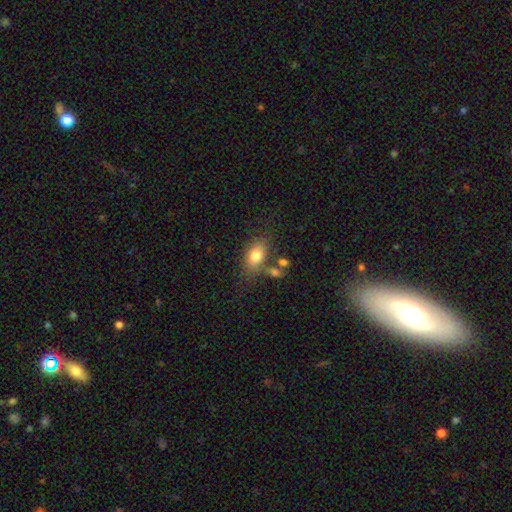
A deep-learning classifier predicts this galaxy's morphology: smooth_or_featured: smooth (p=0.79) [alt: featured or disk p=0.13]
how_rounded: in between (p=0.85) [alt: round p=0.12]
merging: none (p=0.62) [alt: minor disturbance p=0.17]